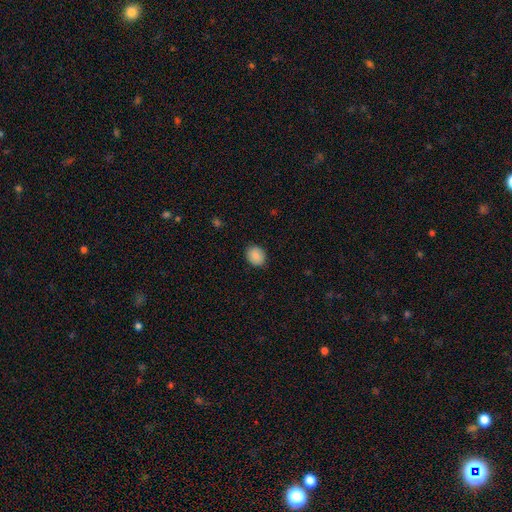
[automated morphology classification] type=smooth (88%); roundness=round (53%); merging=none (87%).